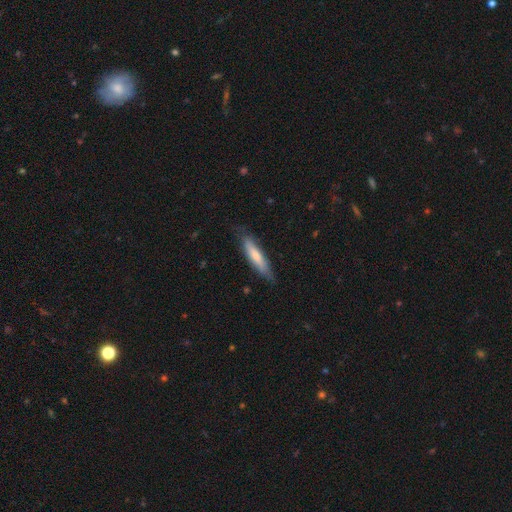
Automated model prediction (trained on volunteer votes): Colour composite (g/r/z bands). It shows a smooth galaxy with no disk features (65%) that is cigar-shaped (81%). Merging: none (76%).